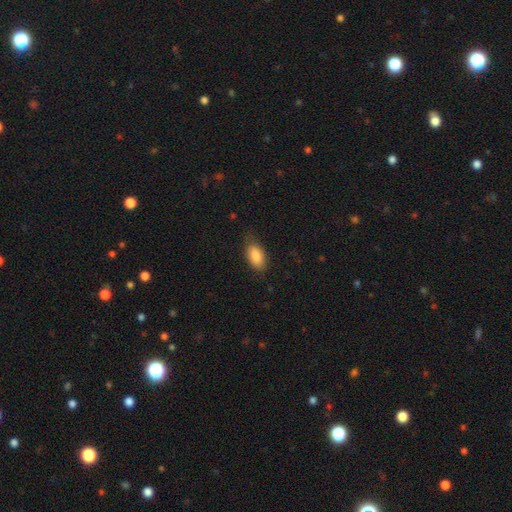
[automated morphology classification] Smooth or featured?
  - smooth: 87% *
  - star or artifact: 7%
  - featured or disk: 6%
How rounded?
  - in between: 92% *
  - cigar-shaped: 4%
  - round: 4%
Merging?
  - none: 74% *
  - minor disturbance: 20%
  - major disturbance: 4%
  - merger: 1%